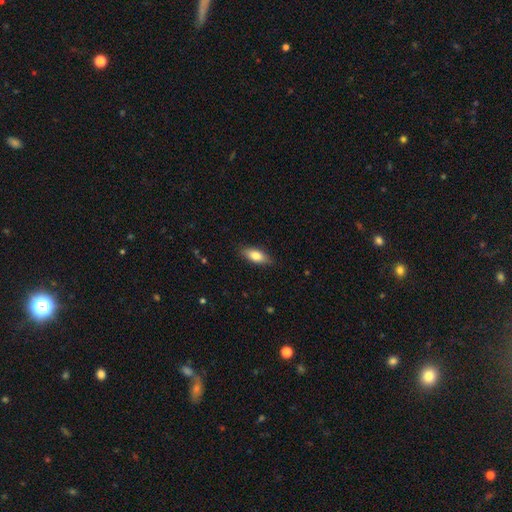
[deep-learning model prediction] Smooth or featured?
  - smooth: 78% *
  - featured or disk: 15%
  - star or artifact: 6%
How rounded?
  - in between: 77% *
  - cigar-shaped: 20%
  - round: 3%
Merging?
  - none: 86% *
  - minor disturbance: 11%
  - major disturbance: 2%
  - merger: 1%